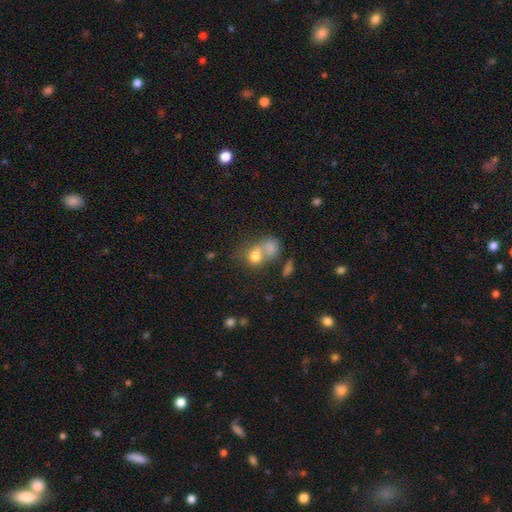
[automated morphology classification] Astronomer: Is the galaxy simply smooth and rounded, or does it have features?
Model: smooth — 75%.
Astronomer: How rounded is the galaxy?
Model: round — 66%.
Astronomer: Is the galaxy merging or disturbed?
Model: merger — 57%.